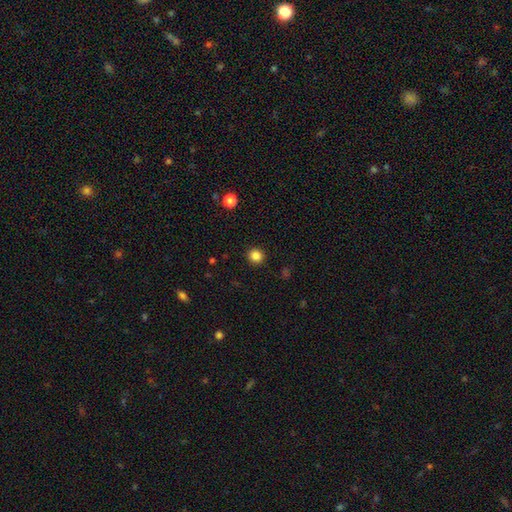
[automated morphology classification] smooth 84%, star or artifact 12%, featured or disk 4%. Down the decision tree: how rounded — round (92%); merging — none (92%).